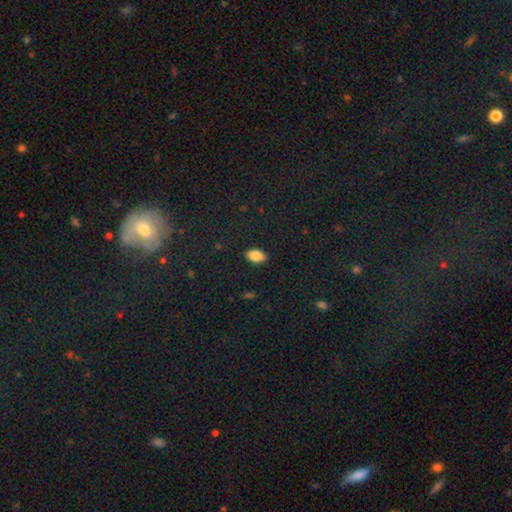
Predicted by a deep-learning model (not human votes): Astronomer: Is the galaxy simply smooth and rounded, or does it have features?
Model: smooth — 86%.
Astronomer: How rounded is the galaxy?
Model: in between — 92%.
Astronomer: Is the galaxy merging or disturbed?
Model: none — 88%.